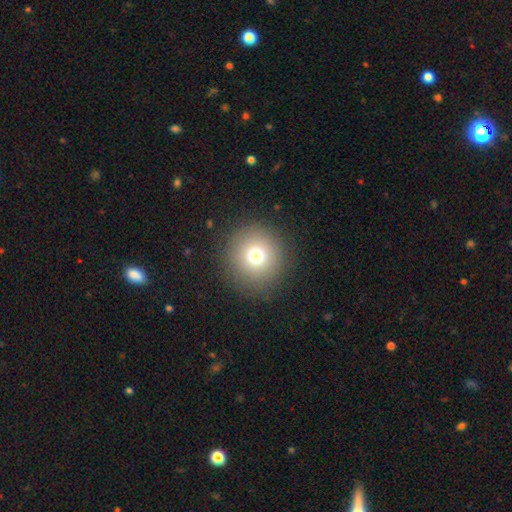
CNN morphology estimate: smooth 75%, star or artifact 14%, featured or disk 11%. Down the decision tree: how rounded — round (95%); merging — none (91%).